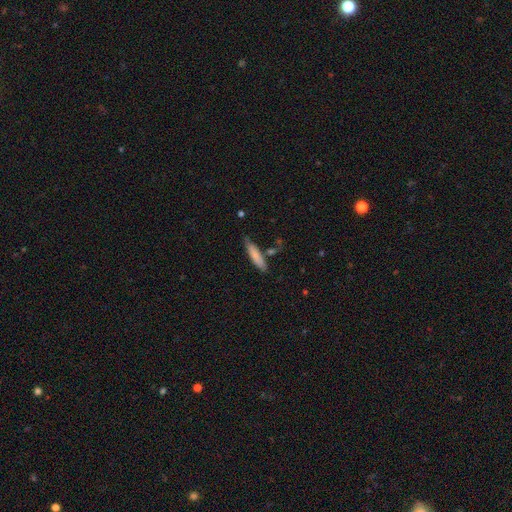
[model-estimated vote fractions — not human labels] The model was most divided on "merging": none: 71%, minor disturbance: 19%, merger: 7%, major disturbance: 4%. More confident: how rounded — cigar-shaped (80%); smooth or featured — smooth (77%).